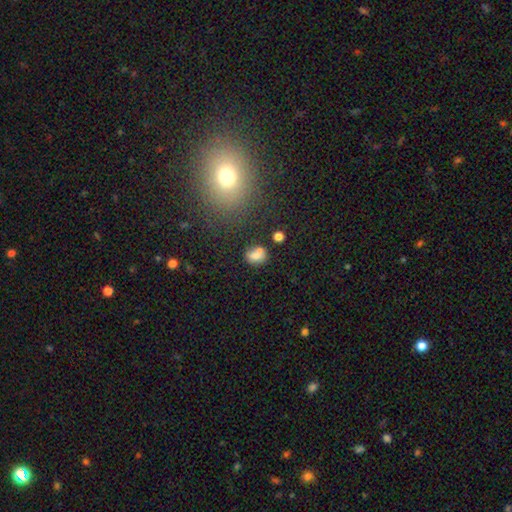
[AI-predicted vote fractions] The model was most divided on "how rounded": round: 50%, in between: 49%, cigar-shaped: 1%. Remaining: smooth or featured — smooth (73%); merging — none (48%).